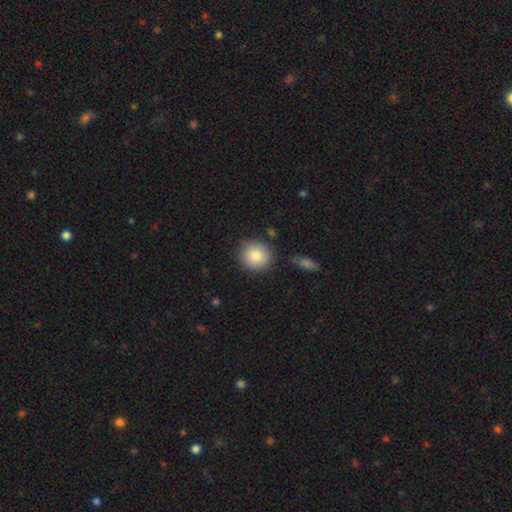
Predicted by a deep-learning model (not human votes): A smooth galaxy with no disk features (84%) that is round (91%). Merging: none (86%).